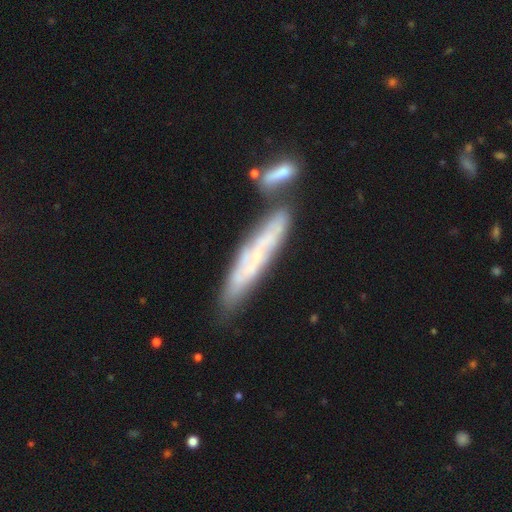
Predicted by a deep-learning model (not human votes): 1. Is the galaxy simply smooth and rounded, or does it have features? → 61% featured or disk, 31% smooth, 7% star or artifact.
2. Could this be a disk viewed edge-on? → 55% yes, 45% no.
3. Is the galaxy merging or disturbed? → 49% none, 30% merger, 15% minor disturbance, 5% major disturbance.